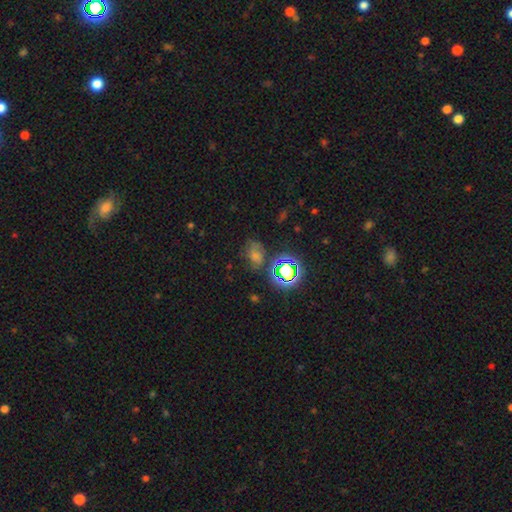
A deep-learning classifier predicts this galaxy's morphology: star or artifact 52%, smooth 34%, featured or disk 14%.